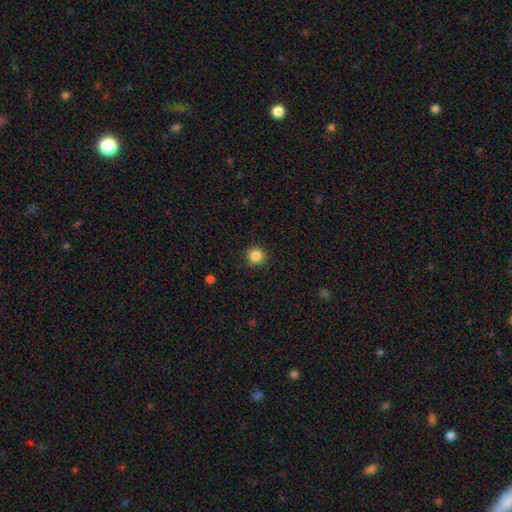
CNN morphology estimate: type=smooth (86%); roundness=round (93%); merging=none (91%).